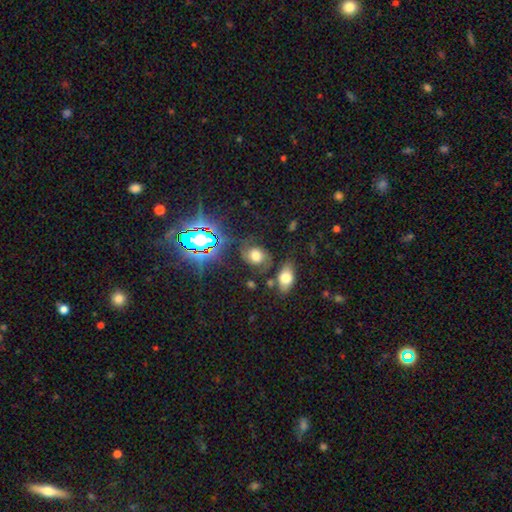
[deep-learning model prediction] A smooth galaxy with no disk features (47%). Merging: none (62%).